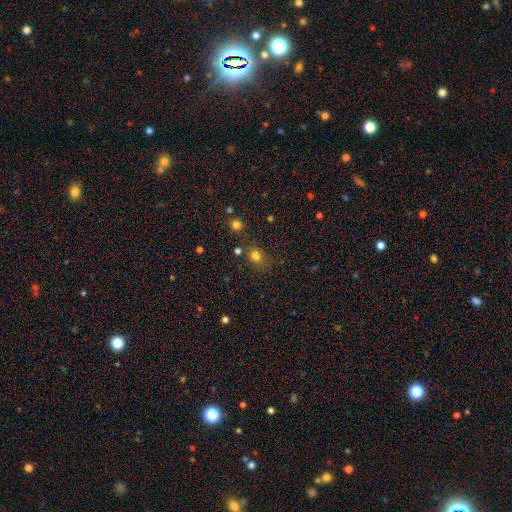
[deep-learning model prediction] A smooth galaxy with no disk features (74%) that is round (63%). Merging: none (65%).